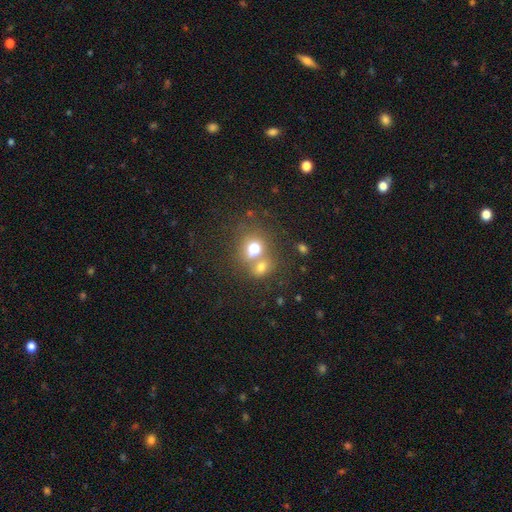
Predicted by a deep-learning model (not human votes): Smooth or featured? smooth (63%)
How rounded? round (76%)
Merging? merger (48%)